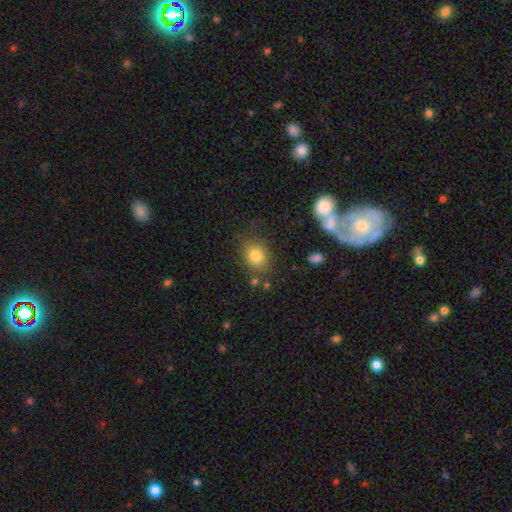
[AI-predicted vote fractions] Q: Smooth or featured?
A: smooth (79%); runner-up: star or artifact (12%)
Q: How rounded?
A: in between (55%); runner-up: round (44%)
Q: Merging?
A: none (79%); runner-up: minor disturbance (13%)